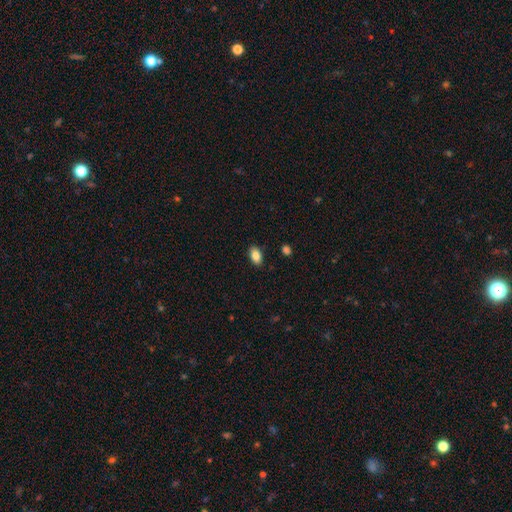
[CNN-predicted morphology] smooth-or-featured: smooth: 86% | star or artifact: 8% | featured or disk: 6%
  how-rounded: in between: 91% | round: 7% | cigar-shaped: 2%
  merging: none: 88% | minor disturbance: 8% | major disturbance: 2% | merger: 1%